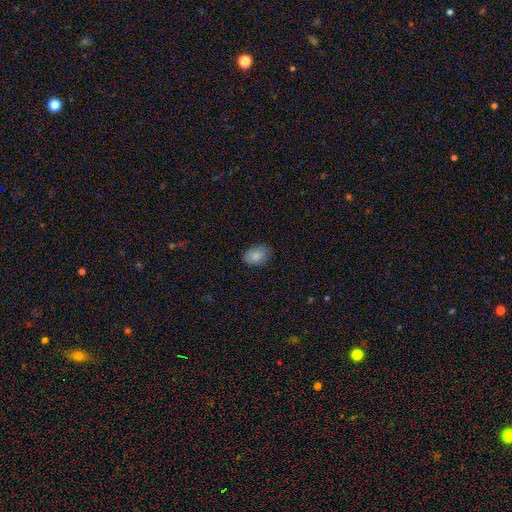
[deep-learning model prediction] smooth_or_featured: smooth (p=0.86) [alt: featured or disk p=0.07]
how_rounded: in between (p=0.88) [alt: round p=0.11]
merging: none (p=0.79) [alt: minor disturbance p=0.17]